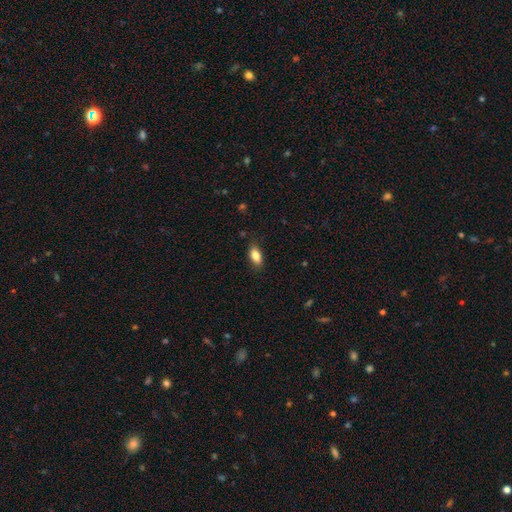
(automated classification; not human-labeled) smooth_or_featured: smooth (p=0.85) [alt: featured or disk p=0.08]
how_rounded: in between (p=0.87) [alt: cigar-shaped p=0.09]
merging: none (p=0.82) [alt: minor disturbance p=0.14]